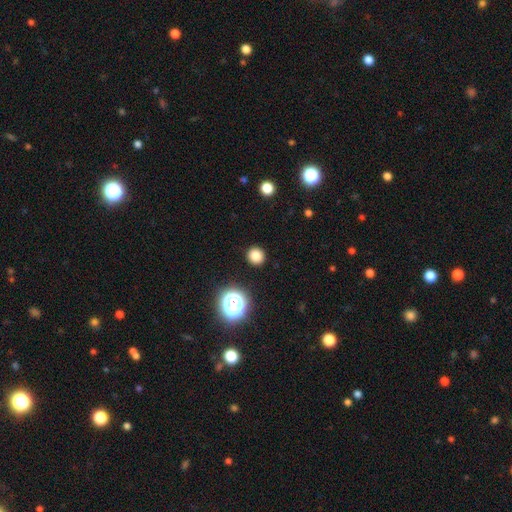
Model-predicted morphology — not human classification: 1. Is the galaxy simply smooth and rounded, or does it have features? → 82% smooth, 13% star or artifact, 5% featured or disk.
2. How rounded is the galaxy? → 92% round, 7% in between, 1% cigar-shaped.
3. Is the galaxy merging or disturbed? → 92% none, 5% minor disturbance, 2% major disturbance, 1% merger.